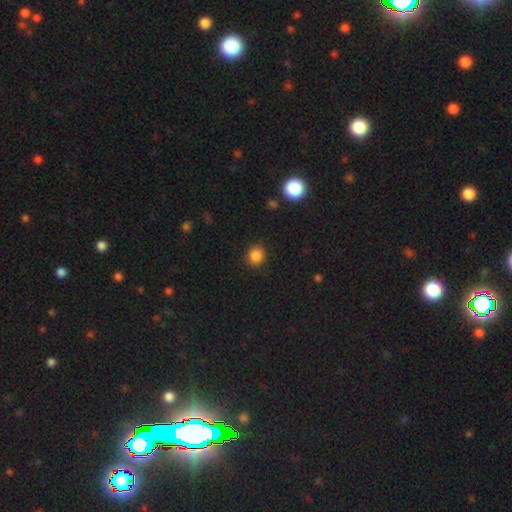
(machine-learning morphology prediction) A smooth galaxy with no disk features (86%) that is round (89%). Merging: none (90%).